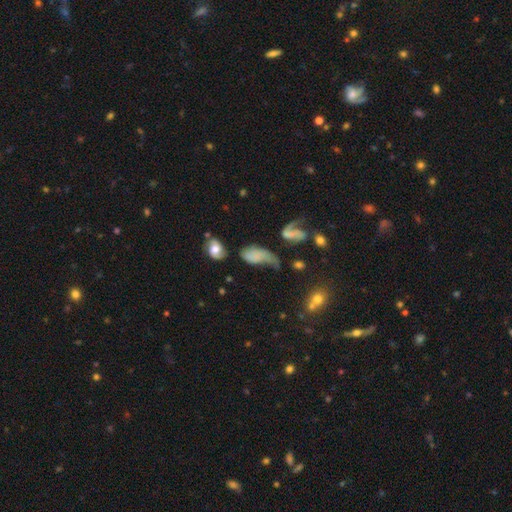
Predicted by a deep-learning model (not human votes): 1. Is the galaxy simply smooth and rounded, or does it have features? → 60% smooth, 28% featured or disk, 12% star or artifact.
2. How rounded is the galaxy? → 84% in between, 9% cigar-shaped, 7% round.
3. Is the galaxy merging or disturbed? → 42% major disturbance, 22% minor disturbance, 20% none, 17% merger.